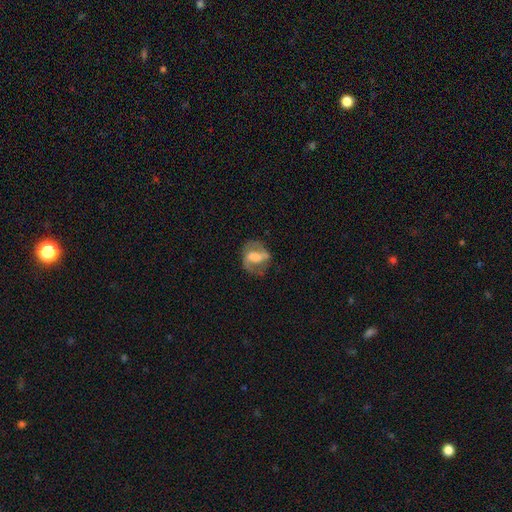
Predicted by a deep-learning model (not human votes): This appears to be a featured or disk galaxy (62%) with a strong bar (41%), spiral arms (71%) and a moderate central bulge (31%). Merging: none (59%).